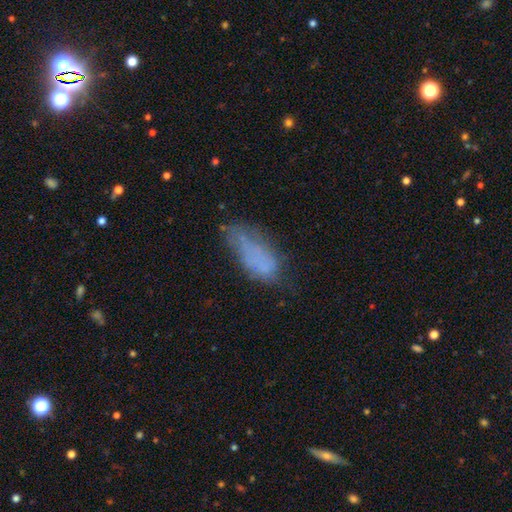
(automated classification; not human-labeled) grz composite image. It shows a smooth galaxy with no disk features (63%) that is in between round and cigar-shaped (75%). Merging: none (45%).